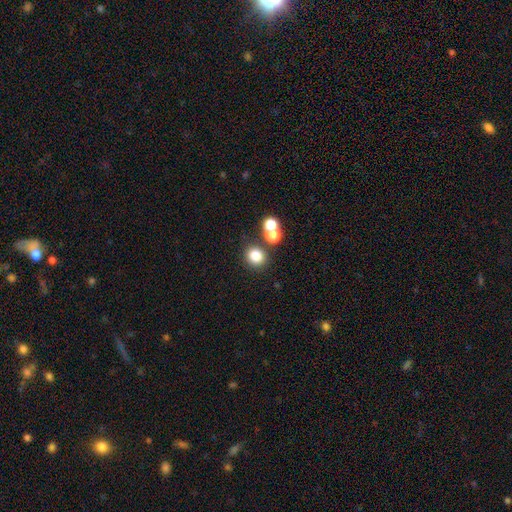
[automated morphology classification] type=smooth (79%); roundness=round (83%); merging=none (71%).